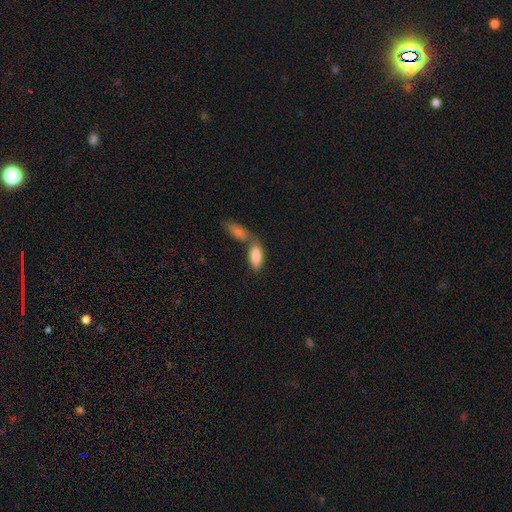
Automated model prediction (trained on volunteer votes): smooth-or-featured: smooth: 85% | featured or disk: 9% | star or artifact: 6%
  how-rounded: in between: 80% | cigar-shaped: 18% | round: 2%
  merging: merger: 50% | none: 37% | minor disturbance: 10% | major disturbance: 4%